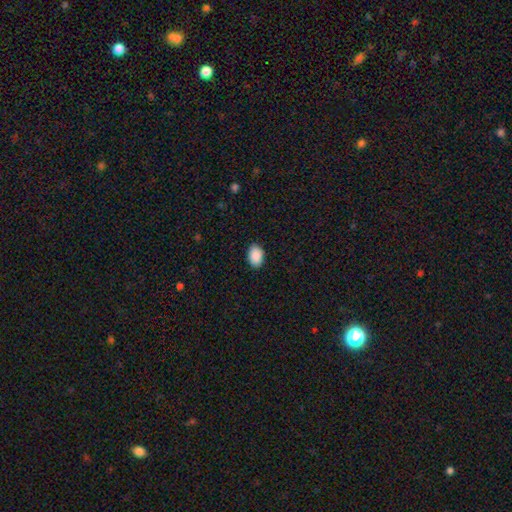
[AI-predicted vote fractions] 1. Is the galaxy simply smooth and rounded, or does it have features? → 90% smooth, 7% star or artifact, 3% featured or disk.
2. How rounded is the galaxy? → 87% in between, 12% round, 1% cigar-shaped.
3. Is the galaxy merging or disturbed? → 88% none, 9% minor disturbance, 2% major disturbance, 1% merger.